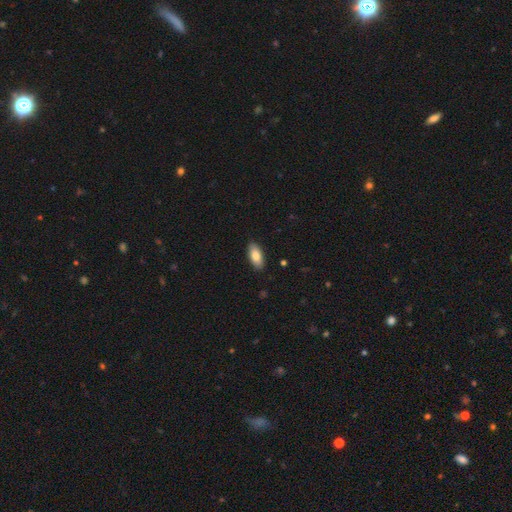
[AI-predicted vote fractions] Smooth or featured: smooth — 83% (featured or disk — 10%)
How rounded: in between — 89% (cigar-shaped — 9%)
Merging: none — 89% (minor disturbance — 8%)